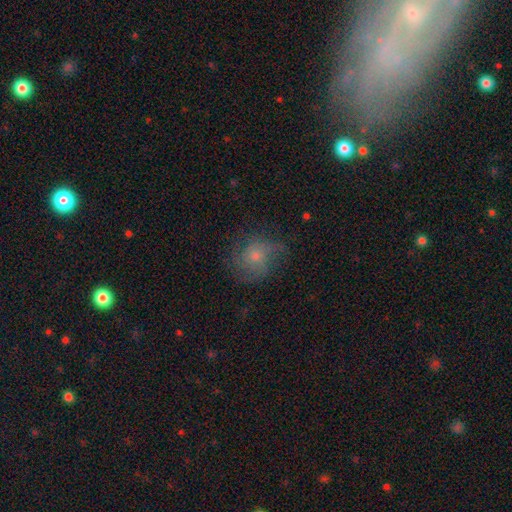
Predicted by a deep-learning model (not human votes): Smooth or featured? featured or disk (46%)
Merging? none (60%)